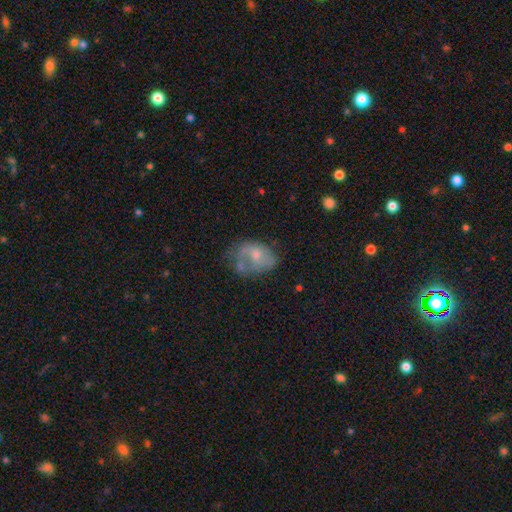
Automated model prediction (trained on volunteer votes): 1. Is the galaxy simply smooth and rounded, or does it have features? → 46% featured or disk, 45% smooth, 9% star or artifact.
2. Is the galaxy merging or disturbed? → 34% none, 29% minor disturbance, 25% major disturbance, 12% merger.